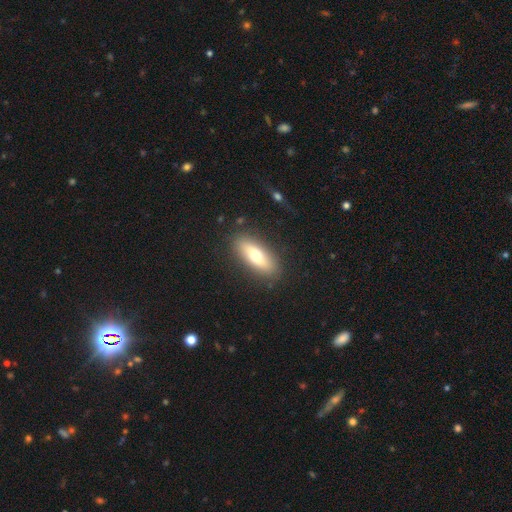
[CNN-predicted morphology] A smooth galaxy with no disk features (63%) that is in between round and cigar-shaped (65%). Merging: none (86%).